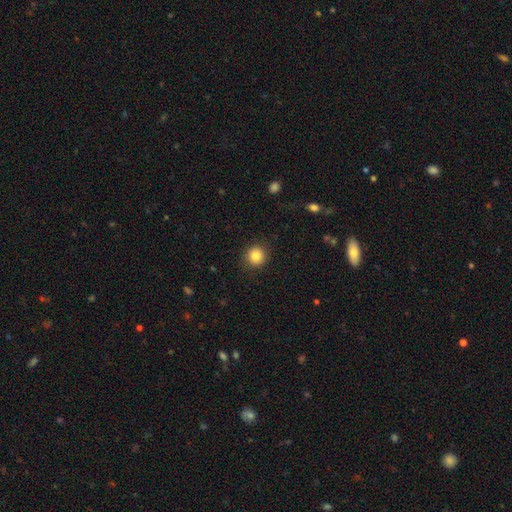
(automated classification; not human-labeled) Overall: smooth (84%). How rounded: round (92%). Merging: none (89%).